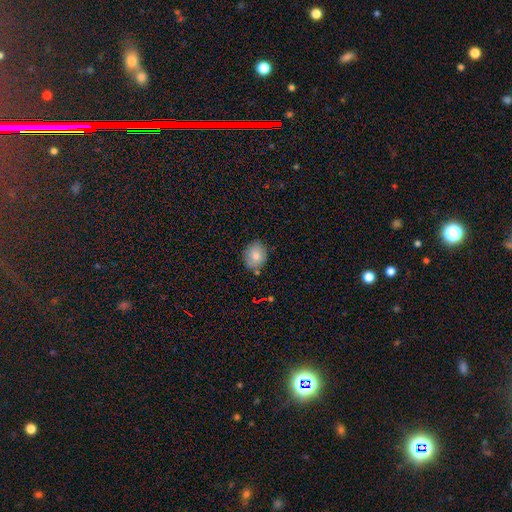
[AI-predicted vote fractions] Overall: smooth (78%). How rounded: round (68%; in between 31%). Merging: none (80%).